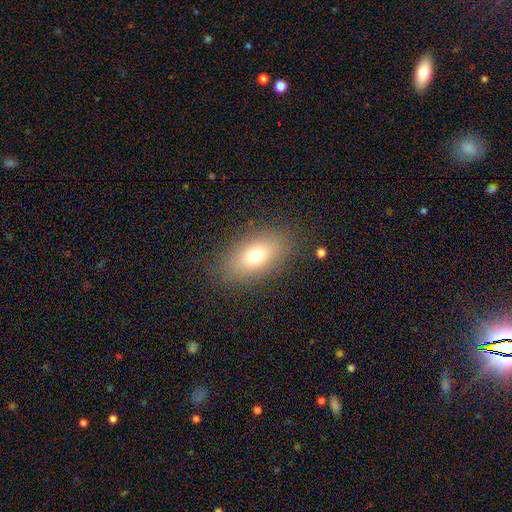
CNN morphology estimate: Q: Smooth or featured?
A: smooth (70%); runner-up: featured or disk (17%)
Q: How rounded?
A: in between (84%); runner-up: round (12%)
Q: Merging?
A: none (84%); runner-up: minor disturbance (10%)